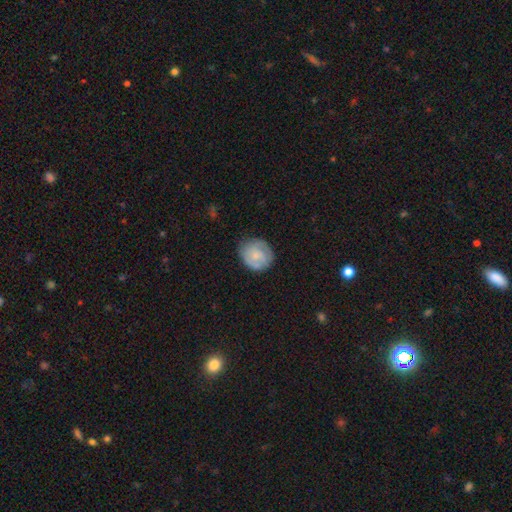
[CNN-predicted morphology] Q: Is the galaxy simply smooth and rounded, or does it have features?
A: featured or disk — 47%, tied with smooth.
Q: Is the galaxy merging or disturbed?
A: none — 72%.